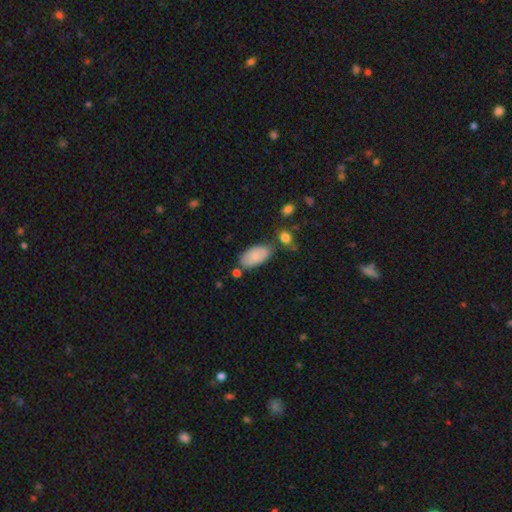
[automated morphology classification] type=smooth (80%); roundness=in between (94%); merging=none (66%).